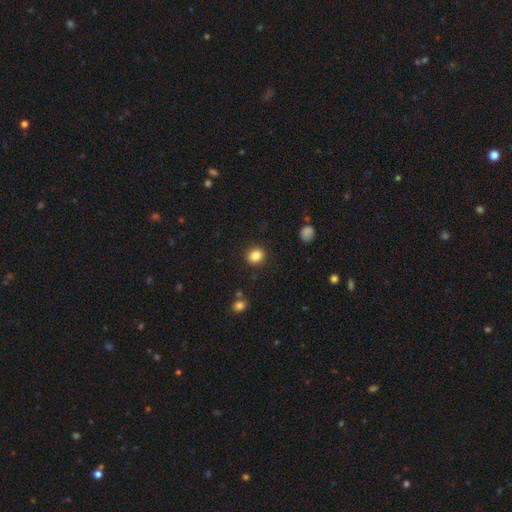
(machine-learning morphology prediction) Smooth or featured? Predicted: smooth (p=0.84). How rounded? Predicted: round (p=0.78). Merging? Predicted: none (p=0.89).